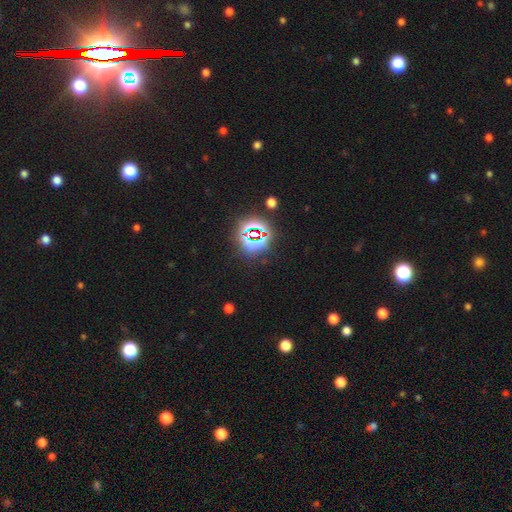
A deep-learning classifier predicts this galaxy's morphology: The model was most divided on "smooth or featured": star or artifact: 82%, smooth: 10%, featured or disk: 7%.